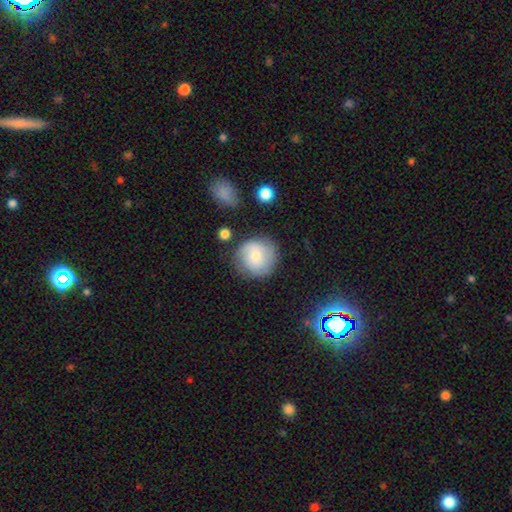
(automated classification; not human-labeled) smooth_or_featured: smooth (p=0.53) [alt: featured or disk p=0.38]
how_rounded: round (p=0.91) [alt: in between p=0.08]
merging: none (p=0.75) [alt: minor disturbance p=0.16]